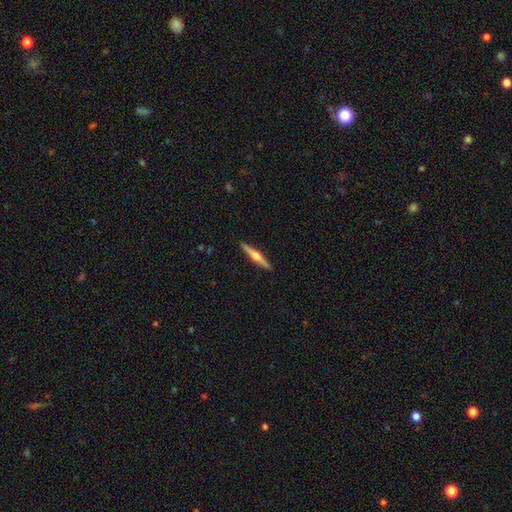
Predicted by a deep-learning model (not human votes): Smooth or featured? featured or disk (69%)
Edge-on disk? yes (98%)
Edge-on bulge? rounded (94%)
Merging? none (92%)